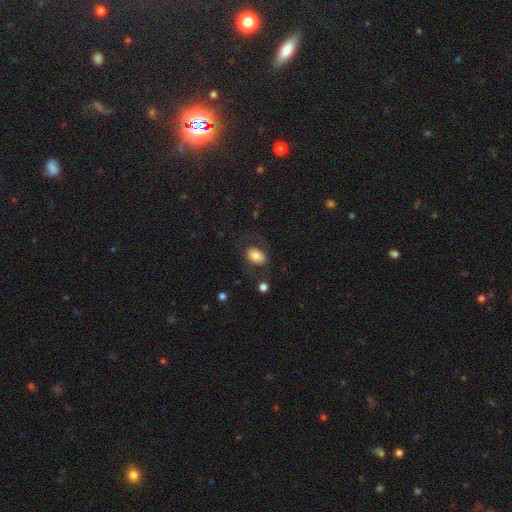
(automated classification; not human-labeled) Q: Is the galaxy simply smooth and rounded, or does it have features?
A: smooth — 75%.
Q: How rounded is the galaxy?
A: in between — 79%.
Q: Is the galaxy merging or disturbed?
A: none — 68%.